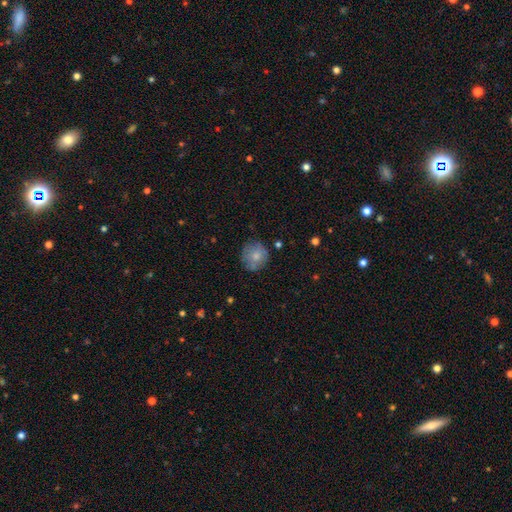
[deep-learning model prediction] Smooth or featured? smooth (75%)
How rounded? round (90%)
Merging? none (74%)